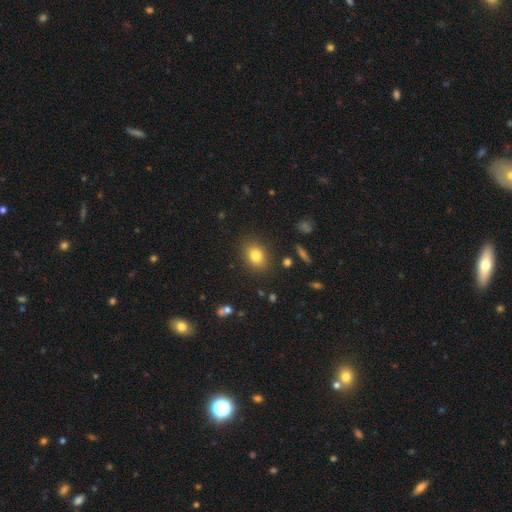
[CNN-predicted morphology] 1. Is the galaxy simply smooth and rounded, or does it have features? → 81% smooth, 11% star or artifact, 8% featured or disk.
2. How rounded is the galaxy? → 59% in between, 40% round, 1% cigar-shaped.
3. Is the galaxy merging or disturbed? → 86% none, 10% minor disturbance, 3% major disturbance, 2% merger.